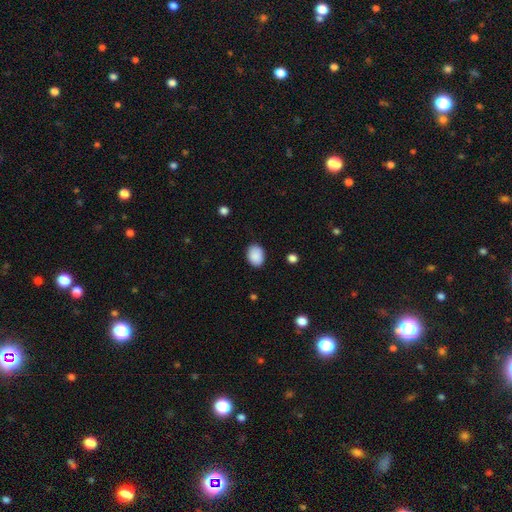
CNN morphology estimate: Smooth or featured? Predicted: smooth (p=0.90). How rounded? Predicted: in between (p=0.67). Merging? Predicted: none (p=0.86).